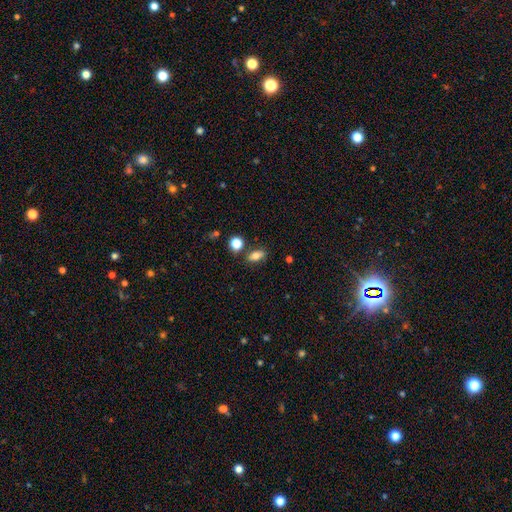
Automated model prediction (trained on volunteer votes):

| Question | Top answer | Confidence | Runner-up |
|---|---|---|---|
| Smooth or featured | smooth | 77% | featured or disk (12%) |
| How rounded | in between | 79% | round (12%) |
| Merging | none | 77% | minor disturbance (12%) |